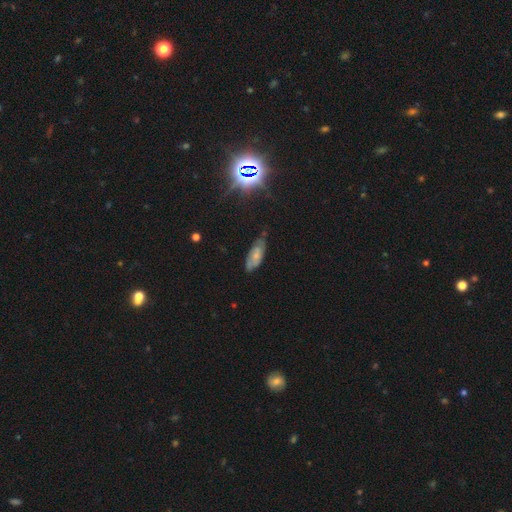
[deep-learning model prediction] smooth 49%, featured or disk 42%, star or artifact 9%. Down the decision tree: merging — none (66%).